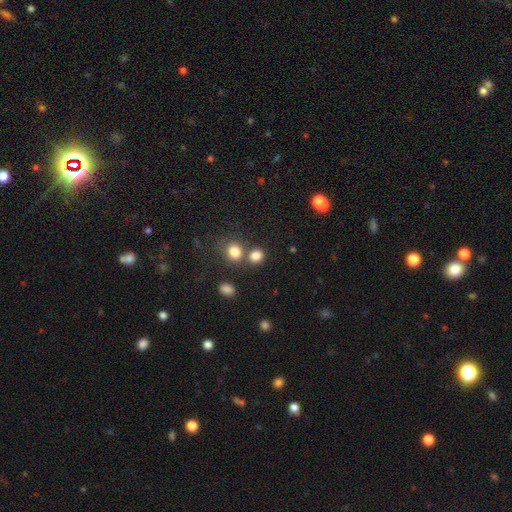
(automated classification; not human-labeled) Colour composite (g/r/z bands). It shows a smooth galaxy with no disk features (81%) that is round (69%). Merging: none (61%).